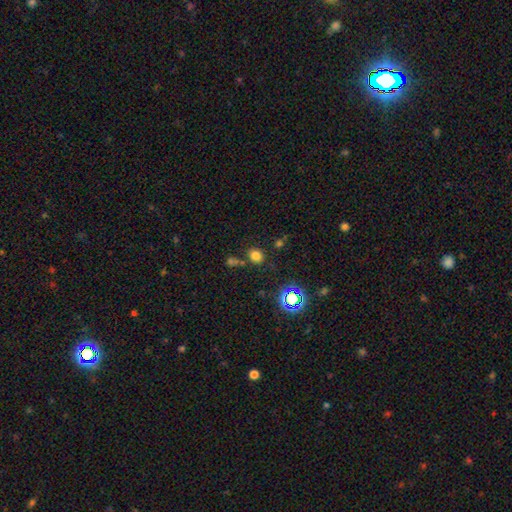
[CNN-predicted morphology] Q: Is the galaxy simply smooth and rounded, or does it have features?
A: smooth — 72%.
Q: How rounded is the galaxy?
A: round — 73%.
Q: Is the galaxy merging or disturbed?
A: none — 76%.